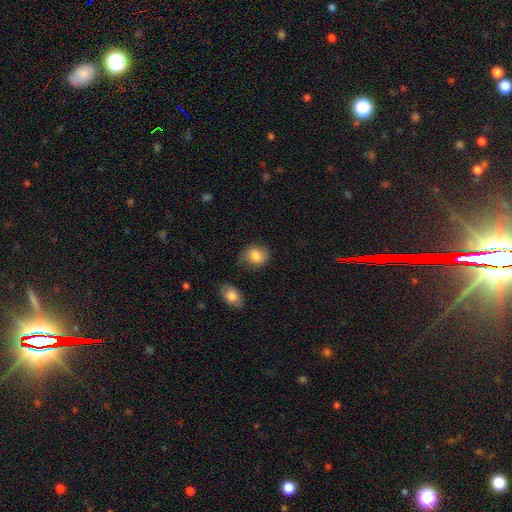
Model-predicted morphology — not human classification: smooth-or-featured: smooth: 84% | featured or disk: 8% | star or artifact: 8%
  how-rounded: round: 55% | in between: 44% | cigar-shaped: 1%
  merging: none: 71% | minor disturbance: 20% | major disturbance: 5% | merger: 4%